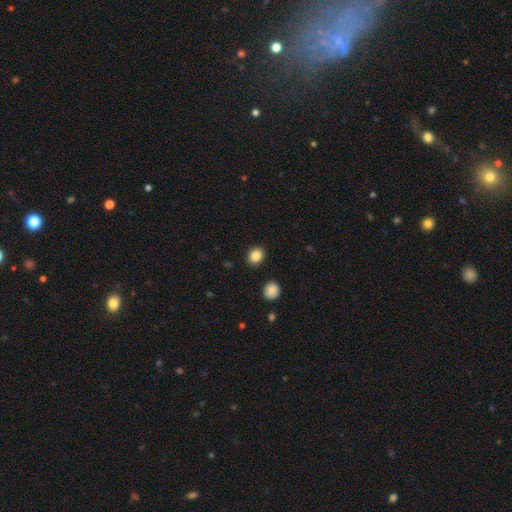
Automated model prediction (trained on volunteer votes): This appears to be a smooth galaxy with no disk features (87%) that is round (61%). Merging: none (90%).